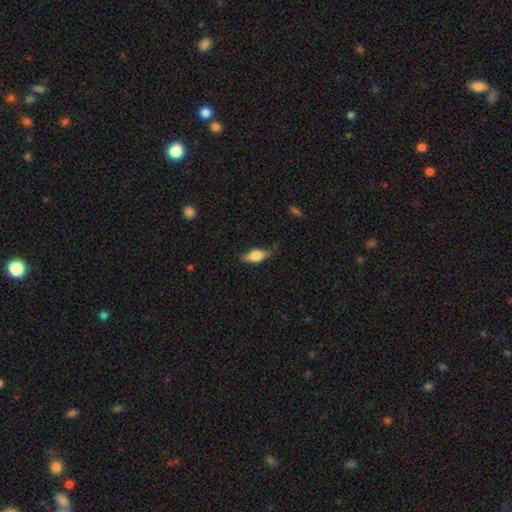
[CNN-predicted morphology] smooth-or-featured: smooth: 59% | featured or disk: 33% | star or artifact: 7%
  how-rounded: in between: 72% | cigar-shaped: 24% | round: 4%
  merging: none: 74% | minor disturbance: 19% | major disturbance: 5% | merger: 2%